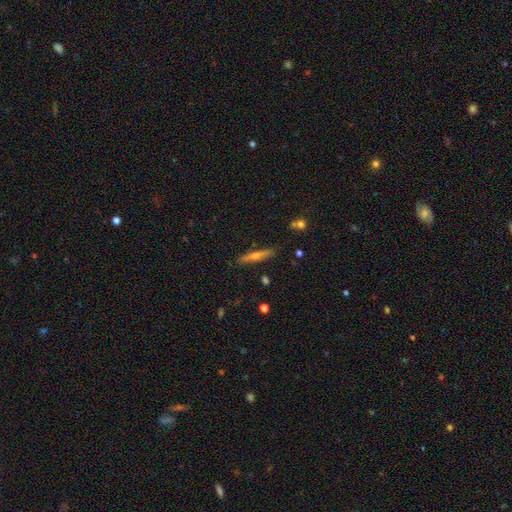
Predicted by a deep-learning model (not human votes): Smooth or featured? featured or disk (58%)
Edge-on disk? yes (95%)
Edge-on bulge? rounded (81%)
Merging? none (87%)